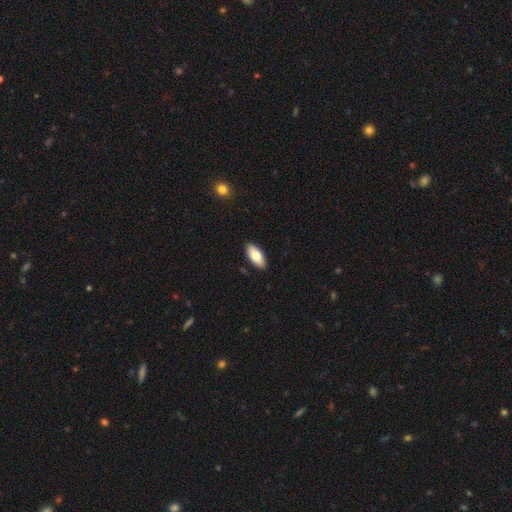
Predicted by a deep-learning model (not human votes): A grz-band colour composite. It shows a smooth galaxy with no disk features (80%) that is in between round and cigar-shaped (89%). Merging: none (90%).